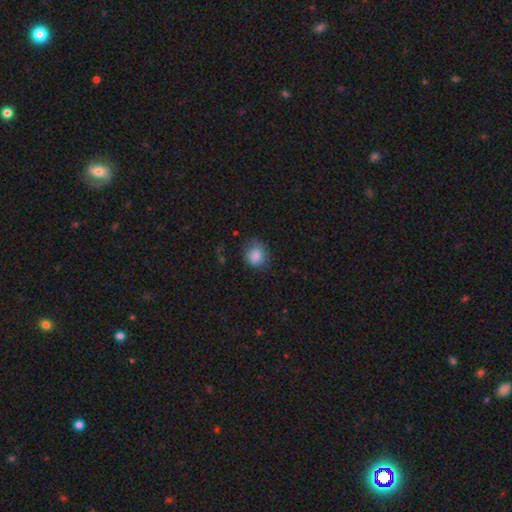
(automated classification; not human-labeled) Morphology: type=smooth (86%); roundness=round (72%); merging=none (70%).